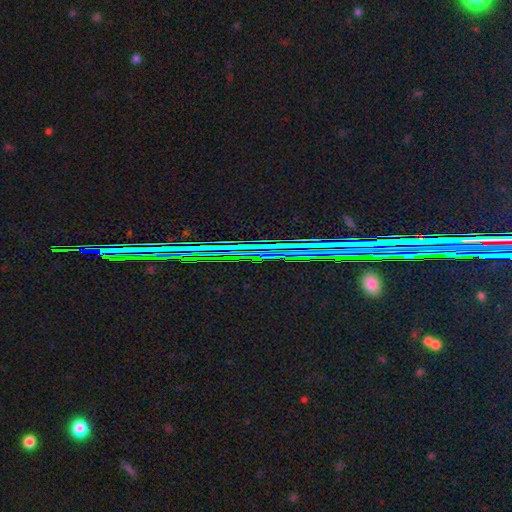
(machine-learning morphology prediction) The model was most divided on "smooth or featured": star or artifact: 81%, featured or disk: 10%, smooth: 9%.